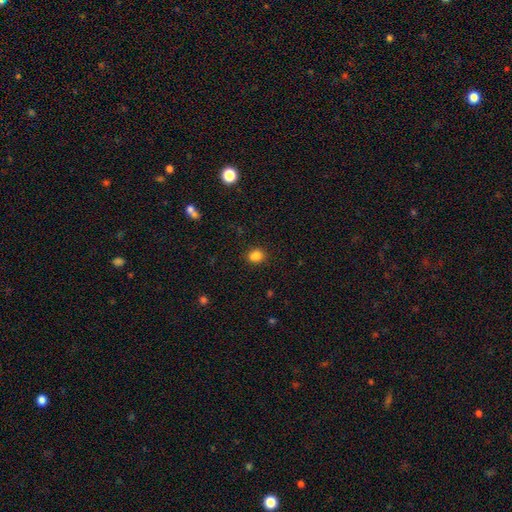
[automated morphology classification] smooth_or_featured: smooth (p=0.84) [alt: star or artifact p=0.12]
how_rounded: round (p=0.64) [alt: in between p=0.35]
merging: none (p=0.85) [alt: minor disturbance p=0.09]